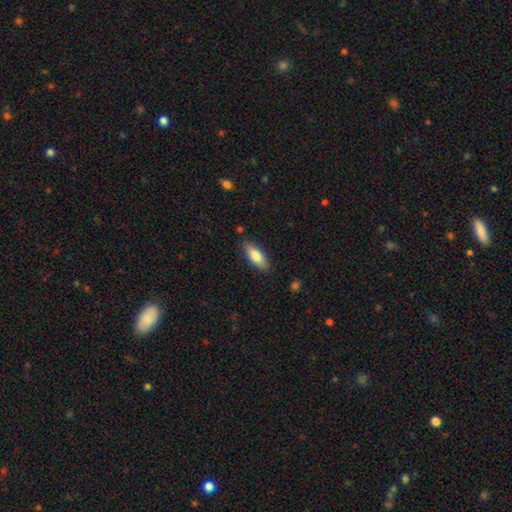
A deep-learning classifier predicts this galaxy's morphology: smooth-or-featured: smooth: 79% | featured or disk: 15% | star or artifact: 6%
  how-rounded: in between: 70% | cigar-shaped: 28% | round: 2%
  merging: none: 86% | minor disturbance: 11% | major disturbance: 2% | merger: 1%